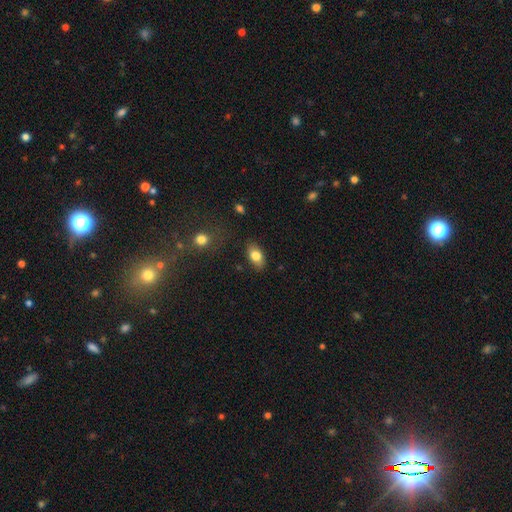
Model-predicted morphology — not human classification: Smooth or featured? smooth (80%)
How rounded? in between (89%)
Merging? none (82%)